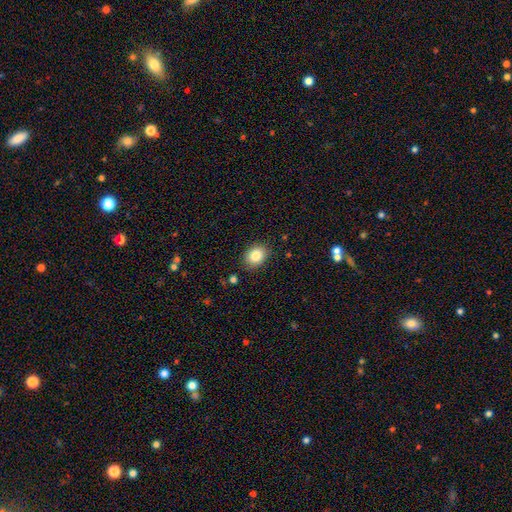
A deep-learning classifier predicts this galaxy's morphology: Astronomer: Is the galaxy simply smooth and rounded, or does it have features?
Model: smooth — 84%.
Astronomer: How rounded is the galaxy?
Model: in between — 53% (runner-up: round, 46%).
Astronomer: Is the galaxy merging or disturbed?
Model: none — 86%.